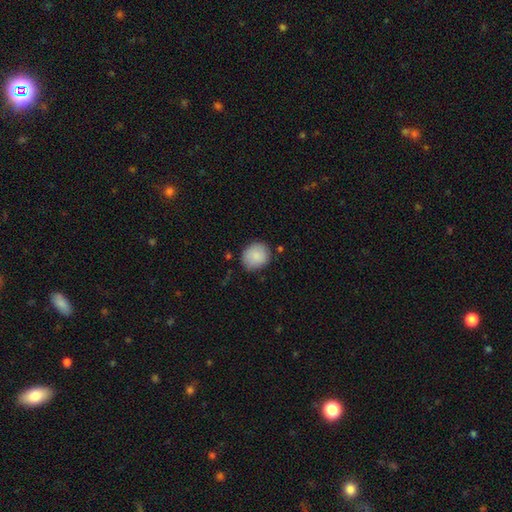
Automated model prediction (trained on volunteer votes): smooth_or_featured: smooth (p=0.87) [alt: star or artifact p=0.07]
how_rounded: round (p=0.78) [alt: in between p=0.21]
merging: none (p=0.80) [alt: minor disturbance p=0.15]